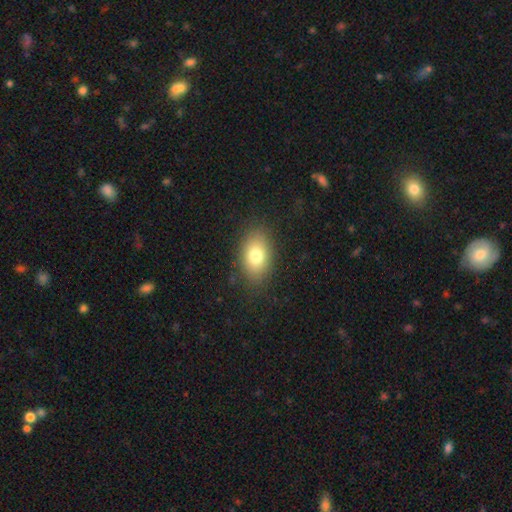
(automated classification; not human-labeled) This is likely a smooth galaxy (77%). How rounded: clearly in between (82%). Merging: clearly none (84%).